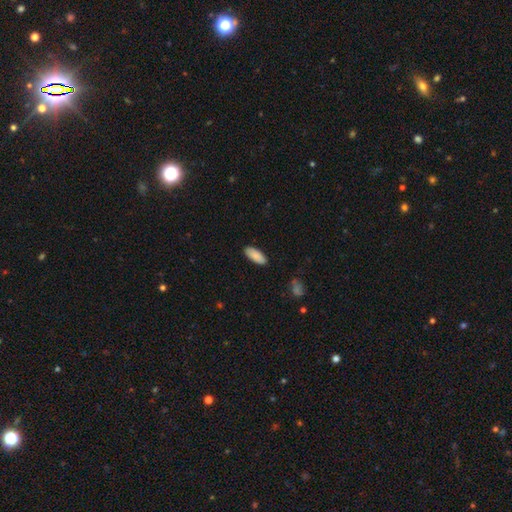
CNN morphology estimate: Smooth or featured: smooth — 89% (star or artifact — 6%)
How rounded: in between — 82% (cigar-shaped — 17%)
Merging: none — 88% (minor disturbance — 9%)